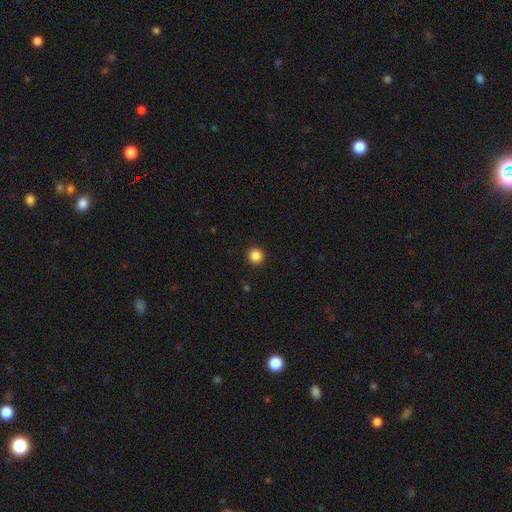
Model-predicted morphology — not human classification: The model was most divided on "smooth or featured": smooth: 87%, star or artifact: 11%, featured or disk: 3%. More confident: how rounded — round (94%); merging — none (93%).